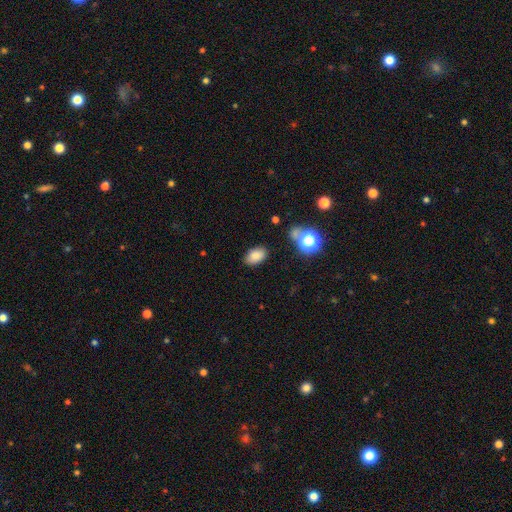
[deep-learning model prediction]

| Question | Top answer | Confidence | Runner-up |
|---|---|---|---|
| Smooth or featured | smooth | 83% | star or artifact (11%) |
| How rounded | in between | 88% | round (11%) |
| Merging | none | 82% | minor disturbance (12%) |